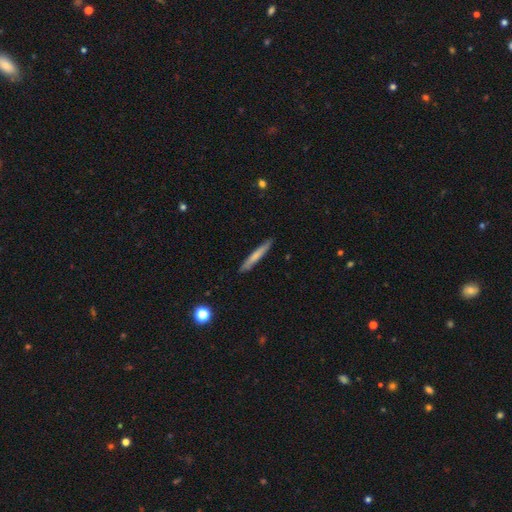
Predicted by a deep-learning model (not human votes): Smooth or featured?
  - smooth: 65% *
  - featured or disk: 29%
  - star or artifact: 6%
How rounded?
  - cigar-shaped: 96% *
  - in between: 3%
  - round: 1%
Merging?
  - none: 89% *
  - minor disturbance: 9%
  - major disturbance: 2%
  - merger: 1%